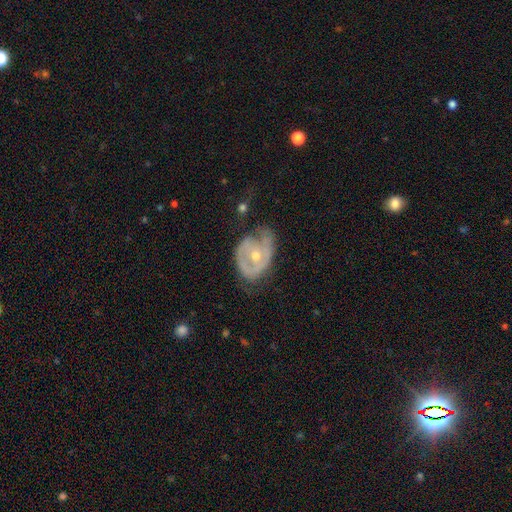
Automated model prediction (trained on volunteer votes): The model was most divided on "merging": none: 38%, minor disturbance: 33%, major disturbance: 27%, merger: 3%. More confident: edge-on disk — no (96%); smooth or featured — featured or disk (73%); bar — no (67%); spiral arms — yes (65%); bulge size — moderate (53%).